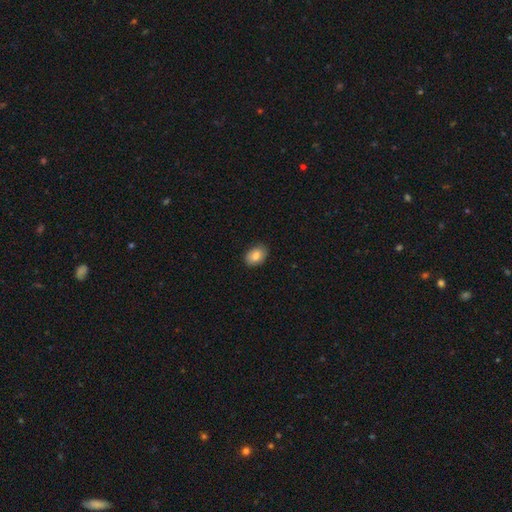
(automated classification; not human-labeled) Q: Smooth or featured?
A: smooth (84%); runner-up: featured or disk (9%)
Q: How rounded?
A: in between (76%); runner-up: round (23%)
Q: Merging?
A: none (88%); runner-up: minor disturbance (9%)